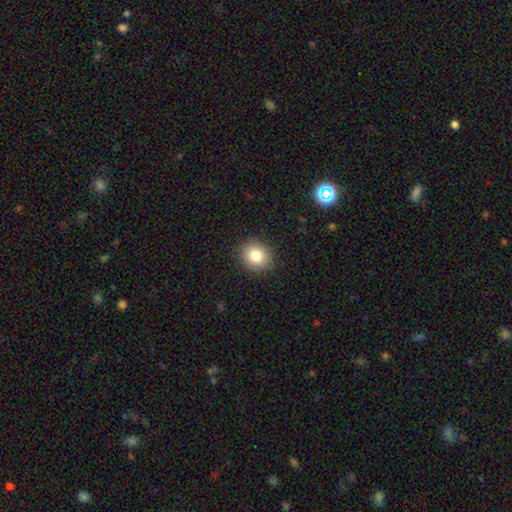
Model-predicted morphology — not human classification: Smooth or featured?
  - smooth: 82% *
  - star or artifact: 10%
  - featured or disk: 8%
How rounded?
  - round: 77% *
  - in between: 22%
  - cigar-shaped: 1%
Merging?
  - none: 90% *
  - minor disturbance: 7%
  - major disturbance: 2%
  - merger: 1%